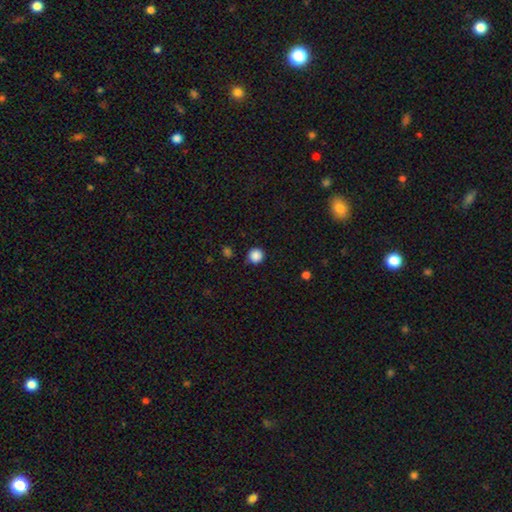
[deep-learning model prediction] Smooth or featured? Predicted: smooth (p=0.87). How rounded? Predicted: round (p=0.95). Merging? Predicted: none (p=0.87).